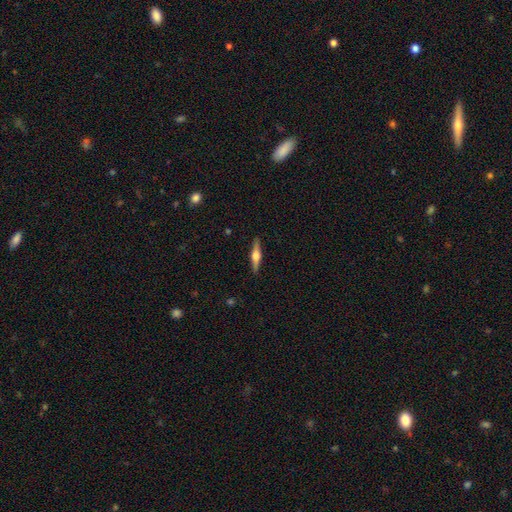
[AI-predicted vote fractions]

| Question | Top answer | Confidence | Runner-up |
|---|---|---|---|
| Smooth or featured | featured or disk | 72% | smooth (22%) |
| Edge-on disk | yes | 98% | no (2%) |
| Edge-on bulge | rounded | 89% | boxy (9%) |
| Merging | none | 91% | minor disturbance (7%) |